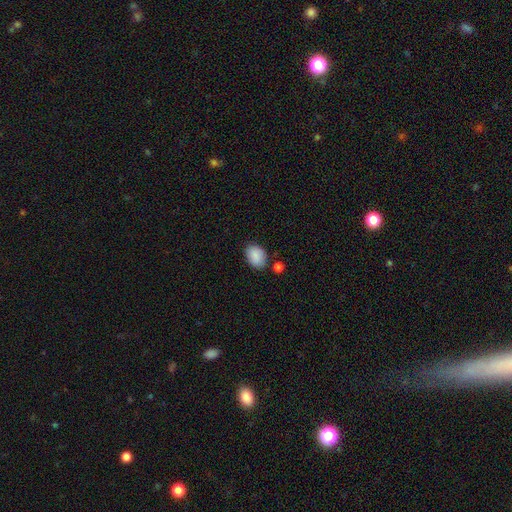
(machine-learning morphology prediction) Smooth or featured?
  - smooth: 89% *
  - star or artifact: 7%
  - featured or disk: 4%
How rounded?
  - in between: 74% *
  - round: 25%
  - cigar-shaped: 1%
Merging?
  - none: 73% *
  - minor disturbance: 17%
  - merger: 7%
  - major disturbance: 4%